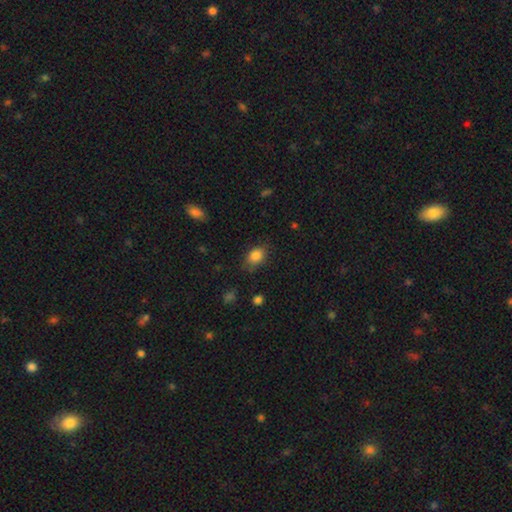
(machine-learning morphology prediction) Smooth or featured? Predicted: smooth (p=0.85). How rounded? Predicted: in between (p=0.72). Merging? Predicted: none (p=0.76).